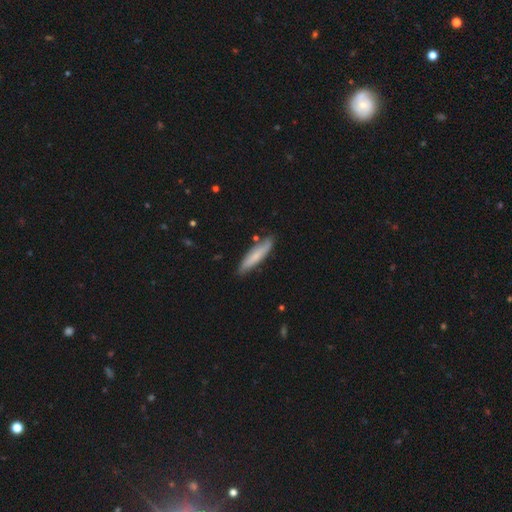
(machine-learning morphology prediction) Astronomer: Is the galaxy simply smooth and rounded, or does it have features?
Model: smooth — 64%.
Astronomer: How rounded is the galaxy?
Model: cigar-shaped — 83%.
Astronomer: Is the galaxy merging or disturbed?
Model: none — 81%.